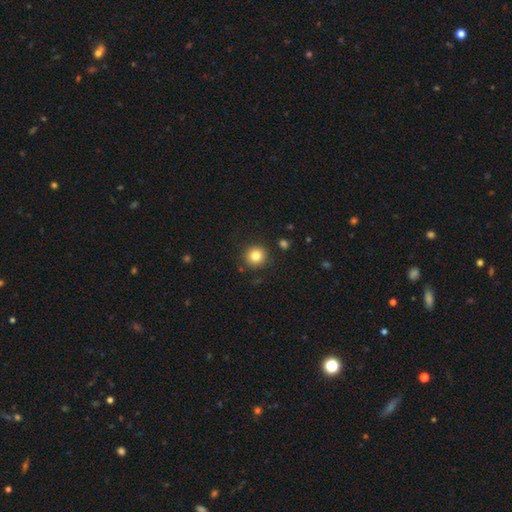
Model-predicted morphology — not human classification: Smooth or featured? smooth (82%)
How rounded? round (93%)
Merging? none (89%)